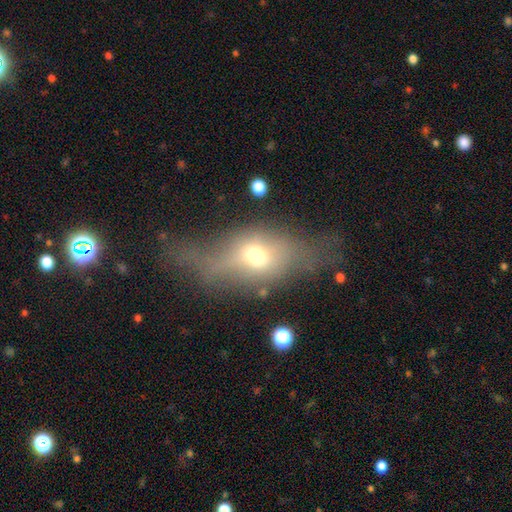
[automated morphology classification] This is possibly a featured or disk galaxy (45%). Merging: marginally none (39%).